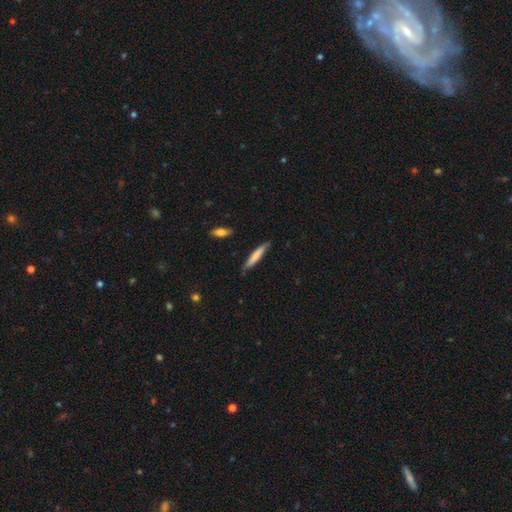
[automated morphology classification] Smooth or featured? smooth (74%)
How rounded? cigar-shaped (91%)
Merging? none (82%)